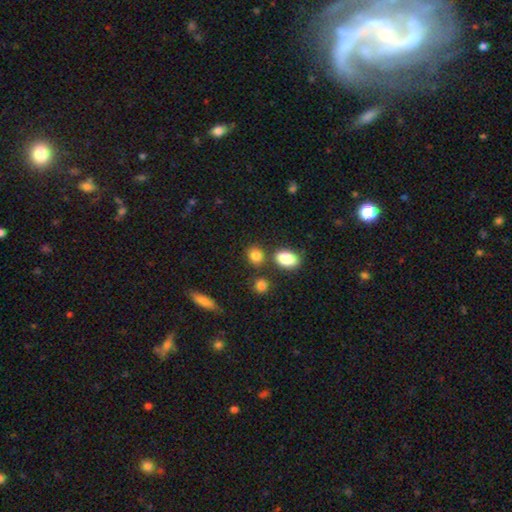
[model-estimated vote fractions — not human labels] Smooth or featured? Predicted: smooth (p=0.84). How rounded? Predicted: round (p=0.63). Merging? Predicted: none (p=0.73).